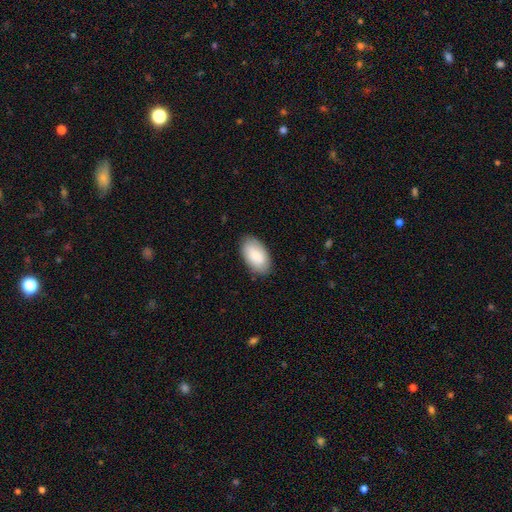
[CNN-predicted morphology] smooth_or_featured: smooth (p=0.84) [alt: featured or disk p=0.10]
how_rounded: in between (p=0.95) [alt: round p=0.03]
merging: none (p=0.85) [alt: minor disturbance p=0.12]